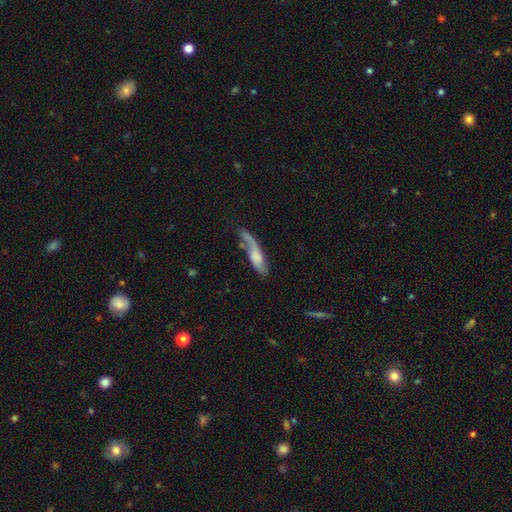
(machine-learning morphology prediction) Q: Smooth or featured?
A: featured or disk (50%); runner-up: smooth (43%)
Q: Merging?
A: none (44%); runner-up: minor disturbance (29%)